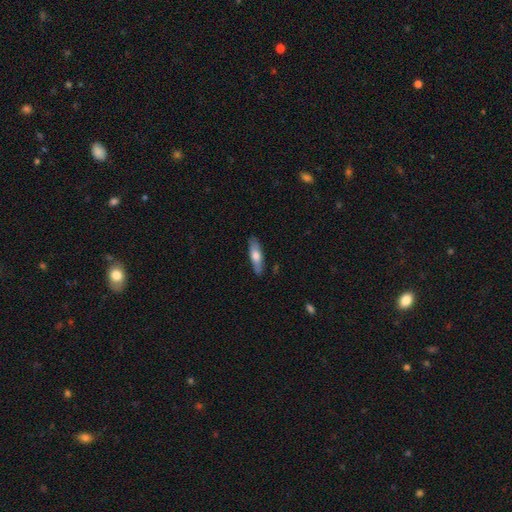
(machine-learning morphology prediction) Overall: smooth (65%; featured or disk 30%). How rounded: cigar-shaped (60%; in between 38%). Merging: none (86%).